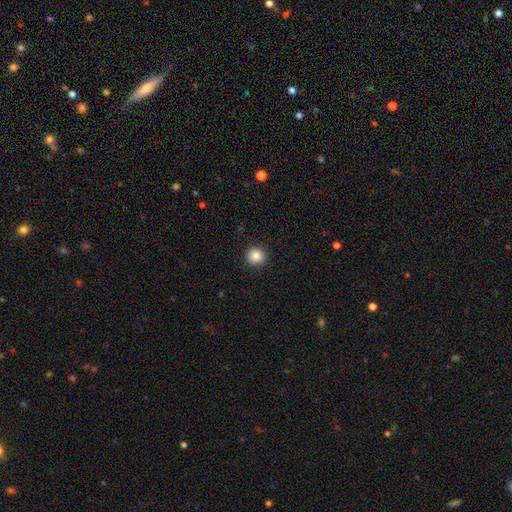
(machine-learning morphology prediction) smooth 86%, star or artifact 10%, featured or disk 5%. Down the decision tree: how rounded — round (93%); merging — none (92%).